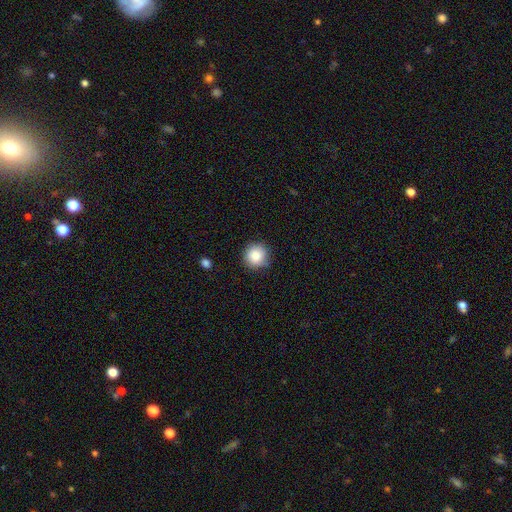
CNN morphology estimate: smooth-or-featured: smooth: 86% | star or artifact: 9% | featured or disk: 5%
  how-rounded: round: 94% | in between: 5% | cigar-shaped: 1%
  merging: none: 83% | minor disturbance: 13% | major disturbance: 3% | merger: 1%